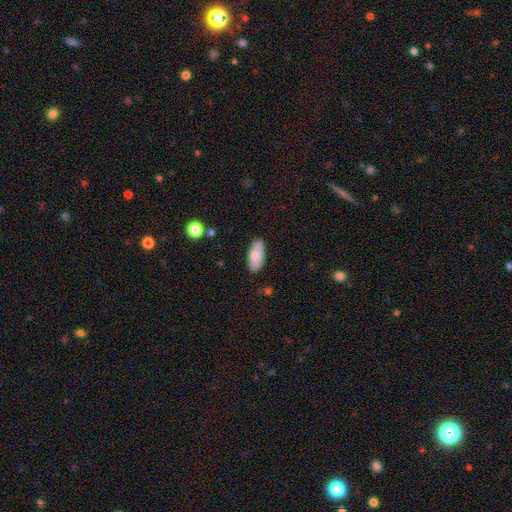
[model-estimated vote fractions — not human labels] Smooth or featured? smooth (76%)
How rounded? in between (89%)
Merging? none (76%)